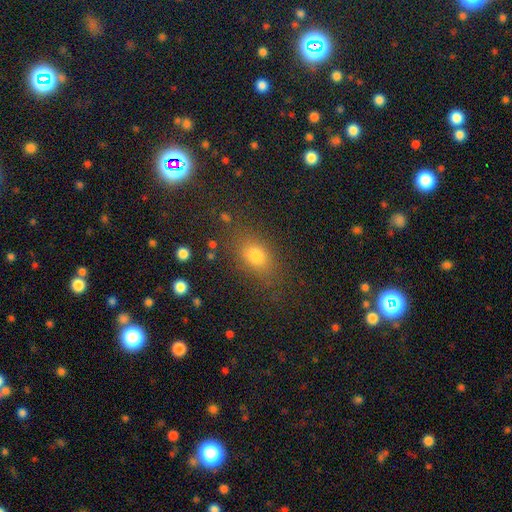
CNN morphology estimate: smooth_or_featured: smooth (p=0.71) [alt: star or artifact p=0.19]
how_rounded: in between (p=0.64) [alt: round p=0.32]
merging: none (p=0.80) [alt: minor disturbance p=0.12]